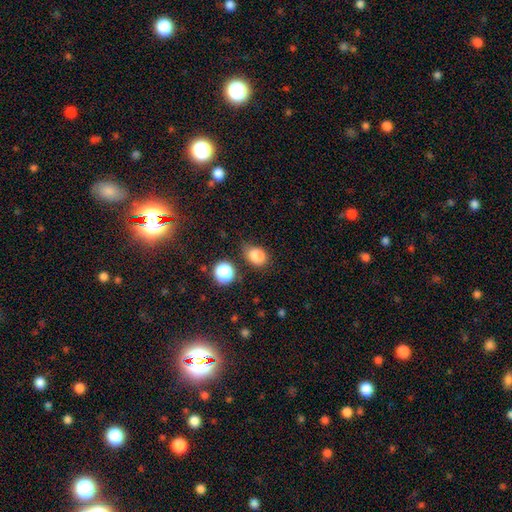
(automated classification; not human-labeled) The model was most divided on "how rounded": in between: 62%, round: 37%, cigar-shaped: 1%. More confident: smooth or featured — smooth (83%); merging — none (70%).